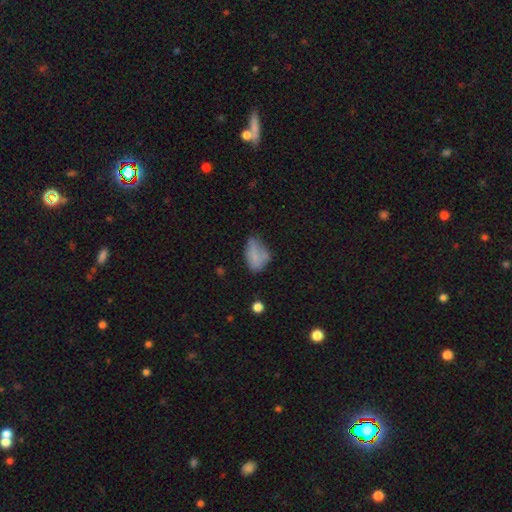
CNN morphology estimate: smooth 70%, featured or disk 19%, star or artifact 10%. Down the decision tree: how rounded — in between (87%); merging — minor disturbance (38%).